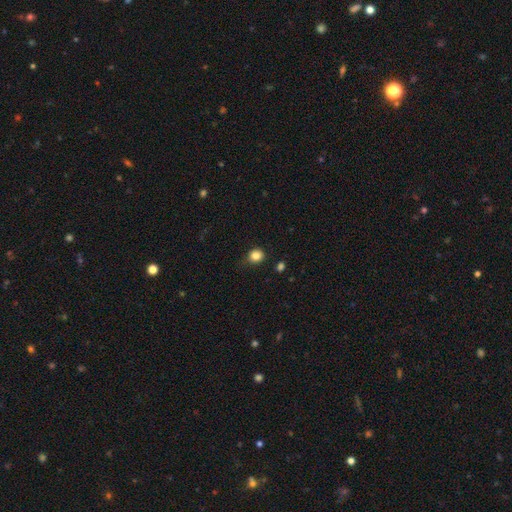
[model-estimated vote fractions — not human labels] smooth-or-featured: smooth: 84% | star or artifact: 12% | featured or disk: 5%
  how-rounded: round: 75% | in between: 24% | cigar-shaped: 1%
  merging: none: 72% | minor disturbance: 21% | major disturbance: 4% | merger: 2%